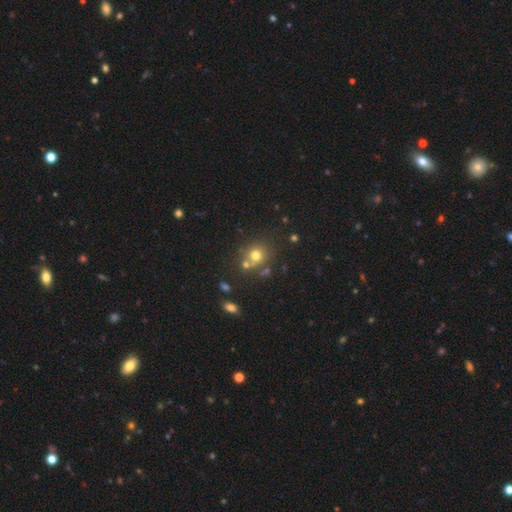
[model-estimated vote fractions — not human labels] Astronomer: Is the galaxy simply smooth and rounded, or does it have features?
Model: smooth — 68%.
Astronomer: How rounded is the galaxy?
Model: round — 79%.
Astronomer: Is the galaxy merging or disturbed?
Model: none — 60%.